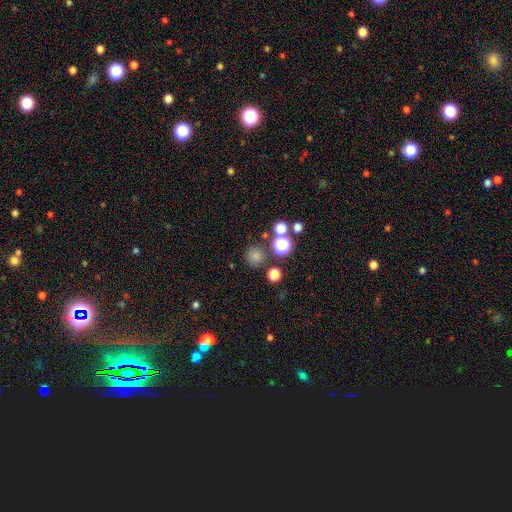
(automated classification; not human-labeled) A smooth galaxy with no disk features (73%) that is round (92%).

Vote fractions:
- Smooth or featured? smooth: 73% / star or artifact: 20% / featured or disk: 7%
- How rounded? round: 92% / in between: 7% / cigar-shaped: 1%
- Merging? none: 76% / minor disturbance: 10% / merger: 9% / major disturbance: 4%